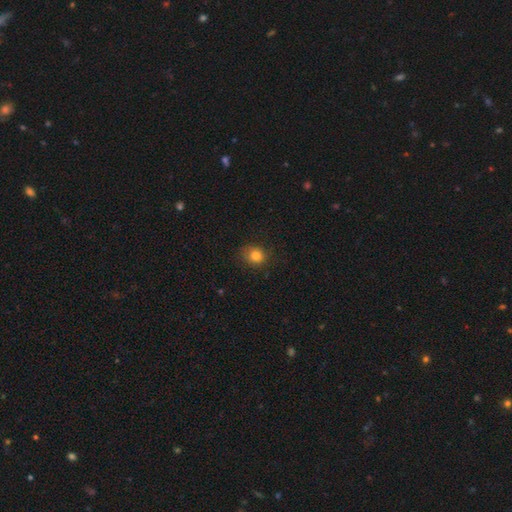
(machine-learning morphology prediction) The model was most divided on "how rounded": round: 73%, in between: 26%, cigar-shaped: 1%. More confident: smooth or featured — smooth (82%); merging — none (79%).